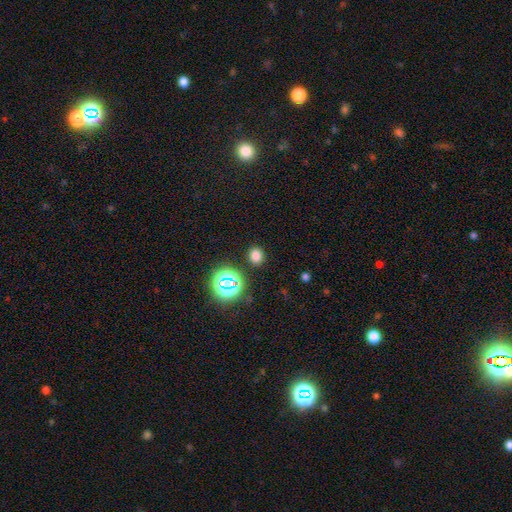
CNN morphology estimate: Overall: smooth (73%). How rounded: round (59%; in between 40%). Merging: none (87%).